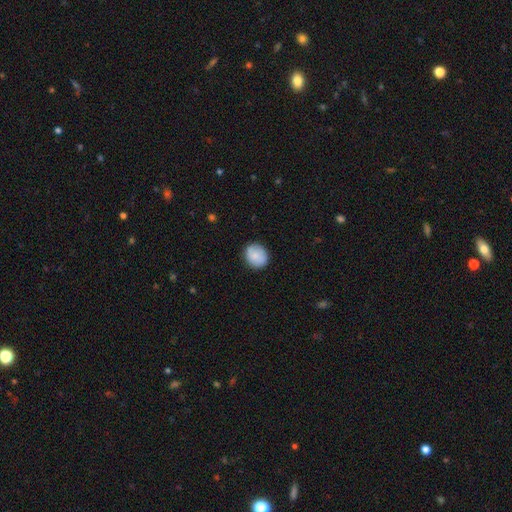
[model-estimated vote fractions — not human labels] A smooth galaxy with no disk features (81%) that is round (75%). Merging: none (84%).